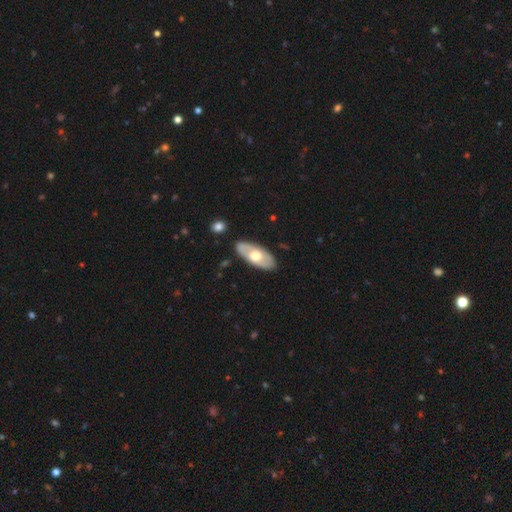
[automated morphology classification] Smooth or featured? featured or disk (49%)
Merging? none (85%)